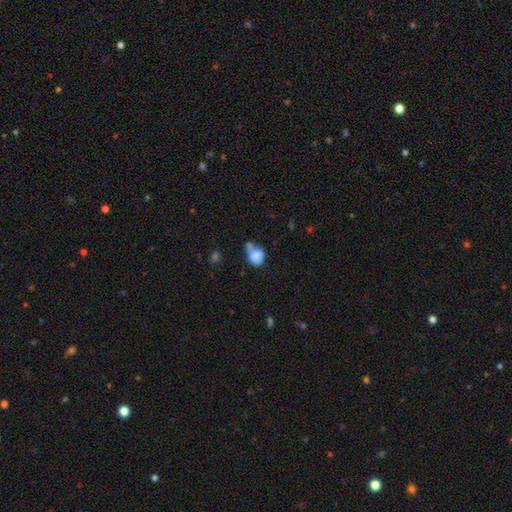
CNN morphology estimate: The model was most divided on "merging": merger: 36%, none: 26%, minor disturbance: 23%, major disturbance: 14%. More confident: smooth or featured — smooth (72%); how rounded — in between (59%).